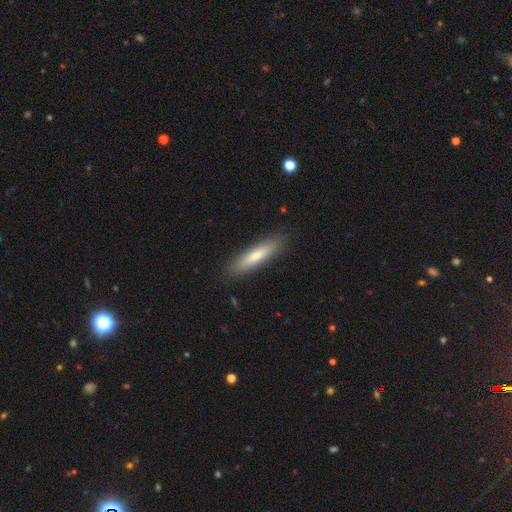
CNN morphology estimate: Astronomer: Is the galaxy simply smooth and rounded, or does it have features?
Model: smooth — 73%.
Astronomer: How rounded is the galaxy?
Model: cigar-shaped — 79%.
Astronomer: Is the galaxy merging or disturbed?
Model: none — 88%.